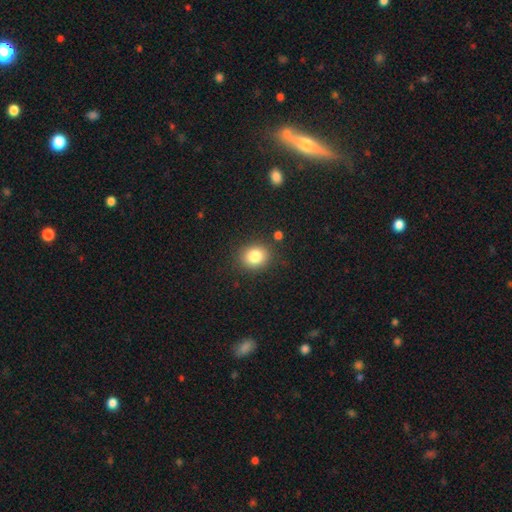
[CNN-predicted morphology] Smooth or featured? smooth (81%)
How rounded? round (71%)
Merging? none (89%)